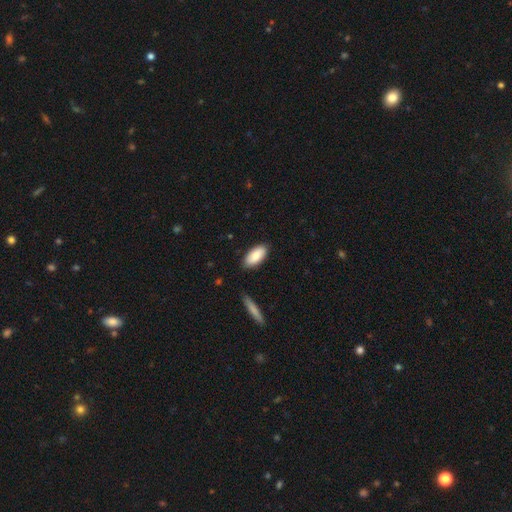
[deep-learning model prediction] Smooth or featured: smooth — 85% (featured or disk — 9%)
How rounded: in between — 90% (cigar-shaped — 8%)
Merging: none — 85% (minor disturbance — 11%)